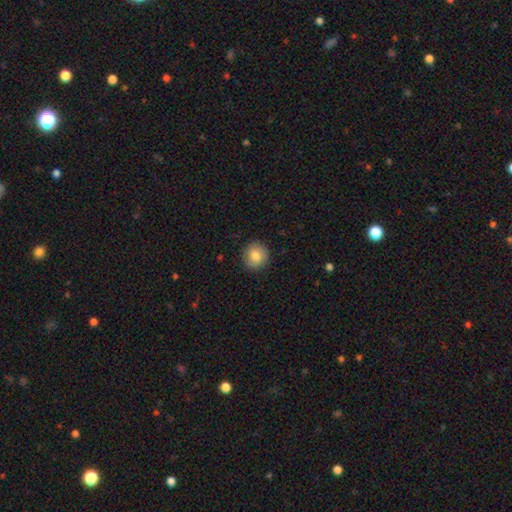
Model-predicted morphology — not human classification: Overall: smooth (82%). How rounded: round (91%). Merging: none (89%).